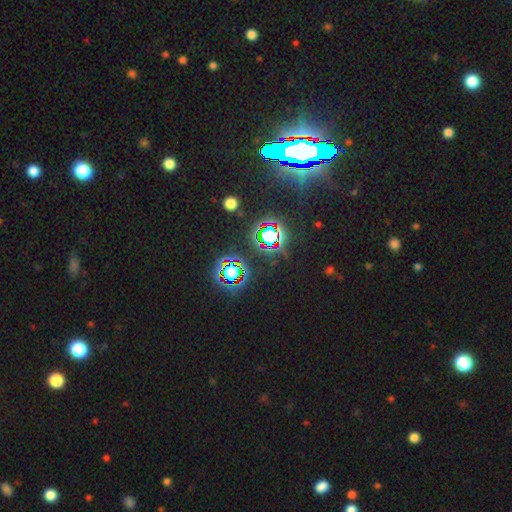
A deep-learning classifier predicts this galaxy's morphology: star or artifact 83%, smooth 10%, featured or disk 7%.